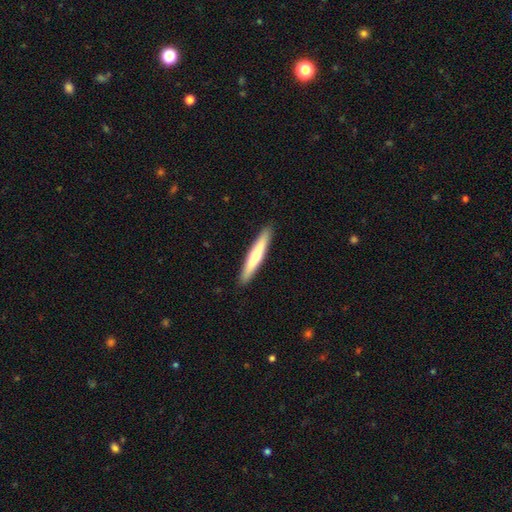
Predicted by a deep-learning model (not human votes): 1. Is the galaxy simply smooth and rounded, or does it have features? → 60% smooth, 35% featured or disk, 5% star or artifact.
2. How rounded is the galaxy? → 94% cigar-shaped, 5% in between, 1% round.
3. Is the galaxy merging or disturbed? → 92% none, 6% minor disturbance, 1% major disturbance, 1% merger.